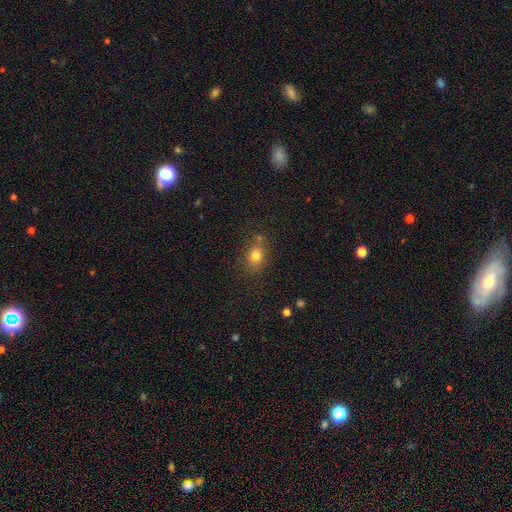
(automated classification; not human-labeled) A smooth galaxy with no disk features (77%) that is in between round and cigar-shaped (58%).

Vote fractions:
- Smooth or featured? smooth: 77% / star or artifact: 13% / featured or disk: 10%
- How rounded? in between: 58% / round: 41% / cigar-shaped: 2%
- Merging? none: 69% / minor disturbance: 16% / merger: 9% / major disturbance: 5%